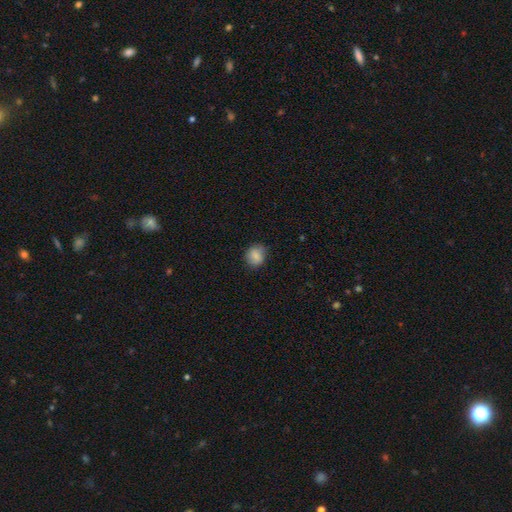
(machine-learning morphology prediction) A smooth galaxy with no disk features (83%) that is round (67%).

Vote fractions:
- Smooth or featured? smooth: 83% / featured or disk: 9% / star or artifact: 8%
- How rounded? round: 67% / in between: 32% / cigar-shaped: 1%
- Merging? none: 80% / minor disturbance: 16% / major disturbance: 3% / merger: 1%